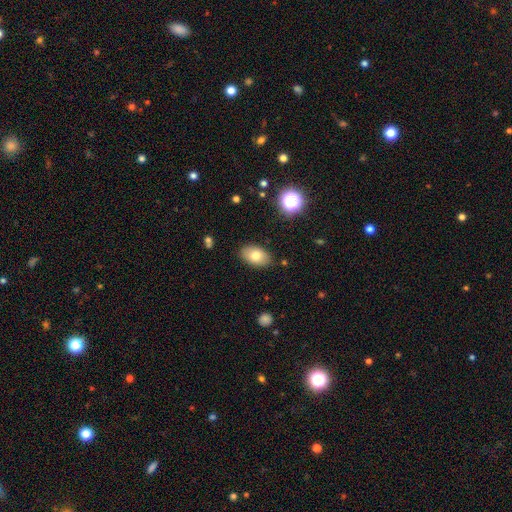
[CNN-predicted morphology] Smooth or featured? Predicted: smooth (p=0.77). How rounded? Predicted: in between (p=0.90). Merging? Predicted: none (p=0.85).